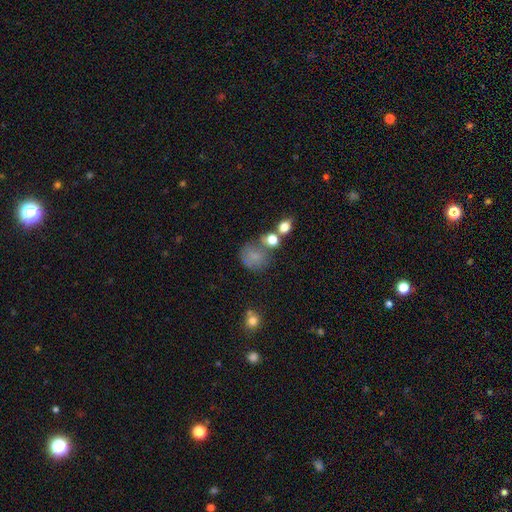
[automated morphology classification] Q: Smooth or featured?
A: smooth (69%); runner-up: featured or disk (16%)
Q: How rounded?
A: round (71%); runner-up: in between (28%)
Q: Merging?
A: none (48%); runner-up: minor disturbance (20%)